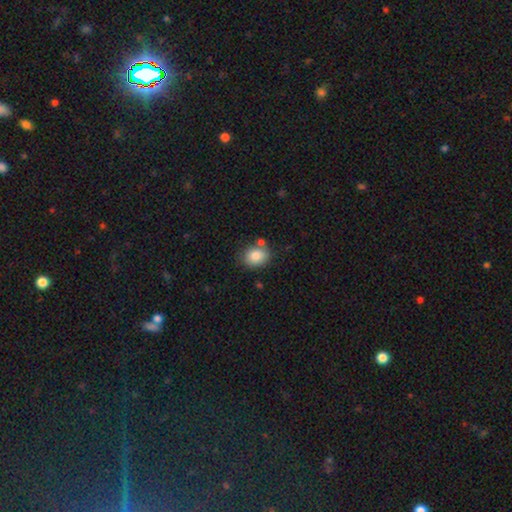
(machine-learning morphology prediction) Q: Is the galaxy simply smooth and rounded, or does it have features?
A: smooth — 84%.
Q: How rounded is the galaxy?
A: in between — 55%.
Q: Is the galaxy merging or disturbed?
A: none — 70%.